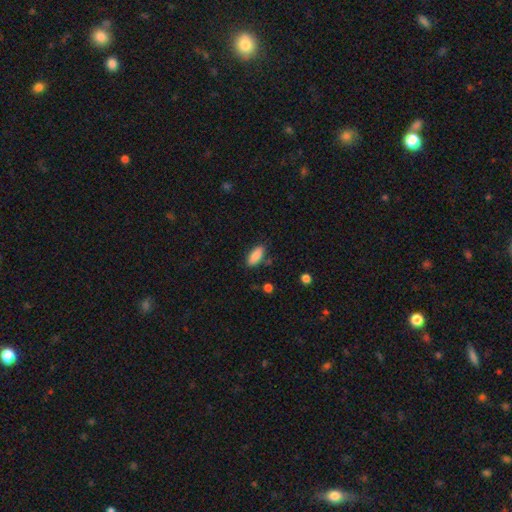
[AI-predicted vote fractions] Smooth or featured: smooth — 88% (star or artifact — 7%)
How rounded: in between — 79% (cigar-shaped — 19%)
Merging: none — 83% (minor disturbance — 12%)